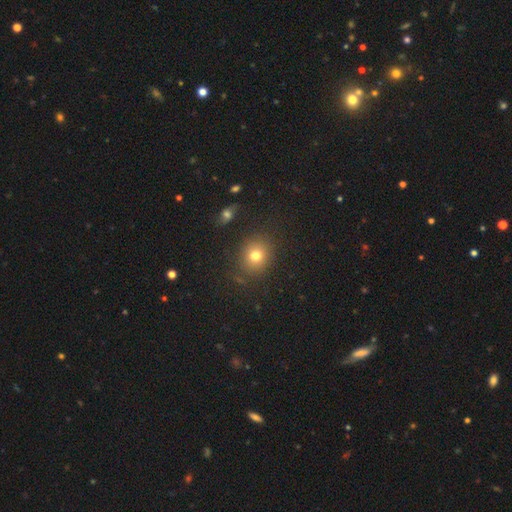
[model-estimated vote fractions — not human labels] The model was most divided on "how rounded": round: 77%, in between: 22%, cigar-shaped: 1%. More confident: merging — none (84%); smooth or featured — smooth (75%).